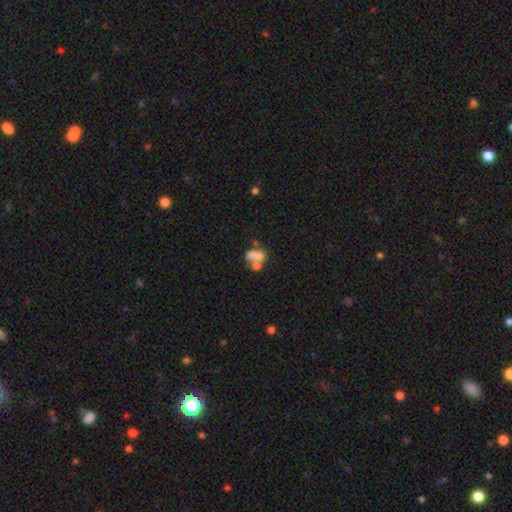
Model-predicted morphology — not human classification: smooth 58%, featured or disk 30%, star or artifact 12%. Down the decision tree: how rounded — in between (71%); merging — merger (55%).